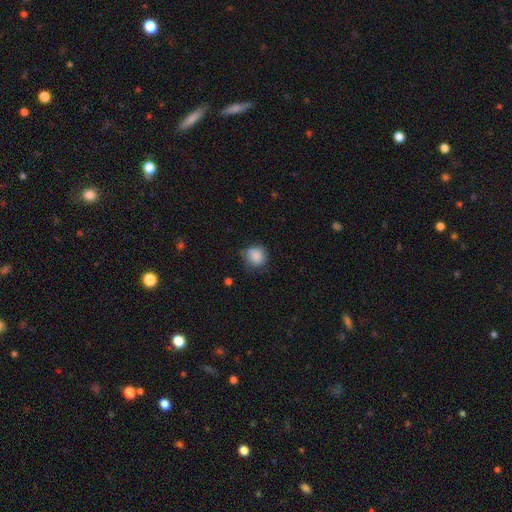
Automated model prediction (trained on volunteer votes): Smooth or featured?
  - smooth: 85% *
  - star or artifact: 8%
  - featured or disk: 7%
How rounded?
  - round: 81% *
  - in between: 18%
  - cigar-shaped: 1%
Merging?
  - none: 67% *
  - minor disturbance: 24%
  - major disturbance: 6%
  - merger: 2%